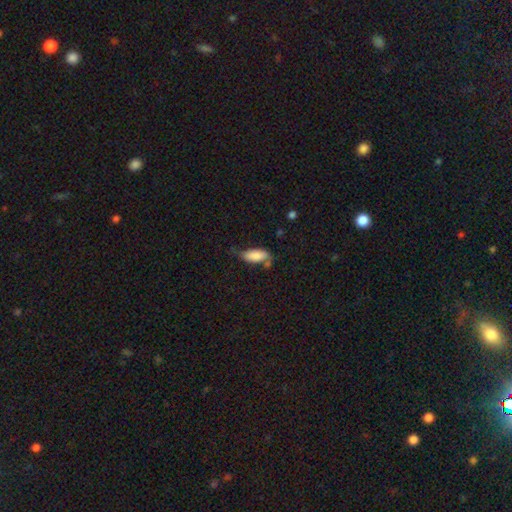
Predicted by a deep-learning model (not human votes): A smooth galaxy with no disk features (79%) that is in between round and cigar-shaped (81%). Merging: none (43%).